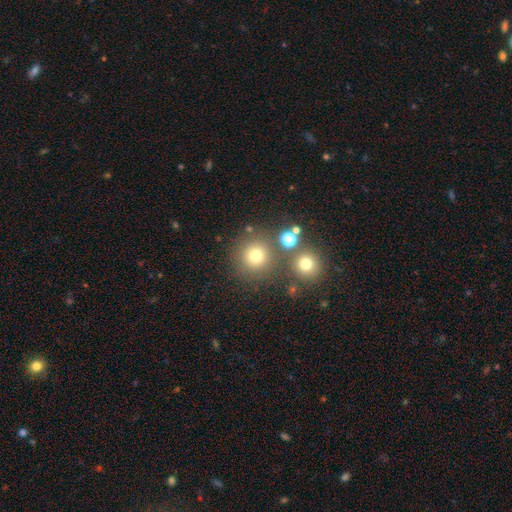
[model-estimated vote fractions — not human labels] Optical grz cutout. It shows a smooth galaxy with no disk features (74%) that is round (94%). Merging: none (77%).